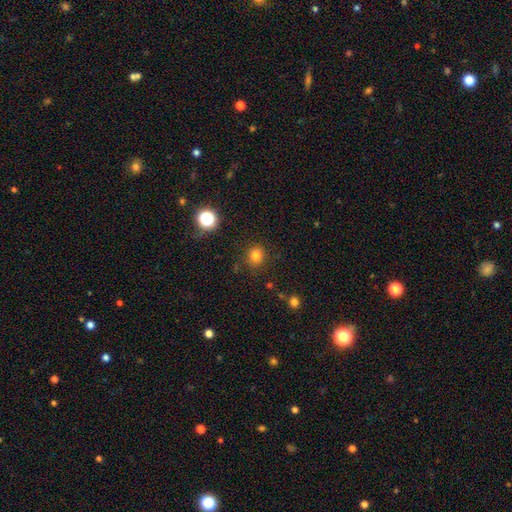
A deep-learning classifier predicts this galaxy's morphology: smooth_or_featured: smooth (p=0.79) [alt: star or artifact p=0.15]
how_rounded: round (p=0.83) [alt: in between p=0.16]
merging: none (p=0.86) [alt: minor disturbance p=0.09]